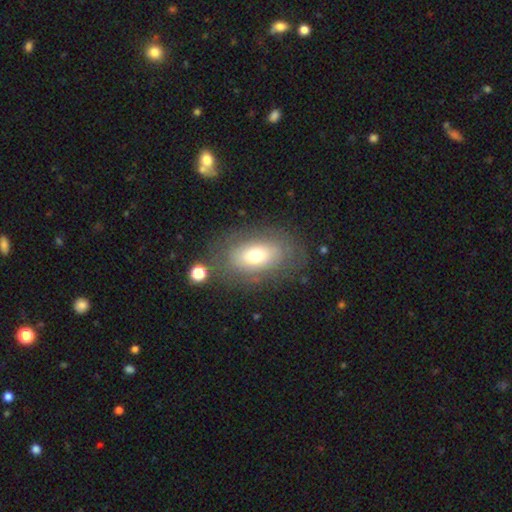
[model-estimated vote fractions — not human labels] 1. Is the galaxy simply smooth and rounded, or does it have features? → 60% smooth, 29% featured or disk, 10% star or artifact.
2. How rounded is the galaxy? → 84% in between, 14% round, 2% cigar-shaped.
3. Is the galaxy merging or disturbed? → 74% none, 14% minor disturbance, 8% major disturbance, 4% merger.